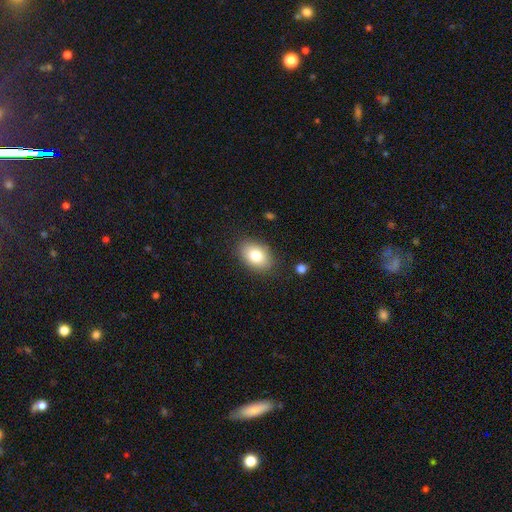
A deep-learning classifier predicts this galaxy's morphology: smooth_or_featured: smooth (p=0.81) [alt: featured or disk p=0.11]
how_rounded: in between (p=0.80) [alt: round p=0.19]
merging: none (p=0.86) [alt: minor disturbance p=0.10]